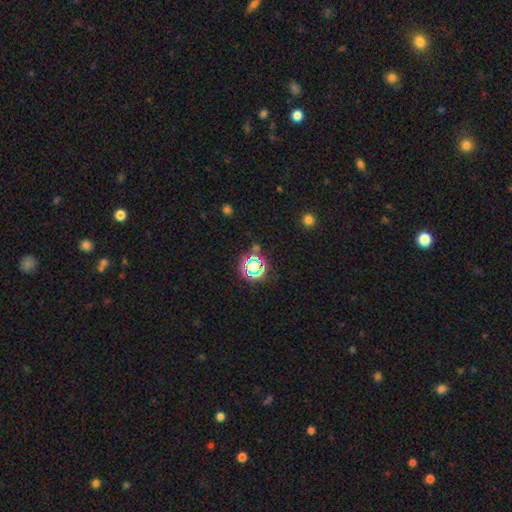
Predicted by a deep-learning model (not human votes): star or artifact 69%, smooth 23%, featured or disk 8%.